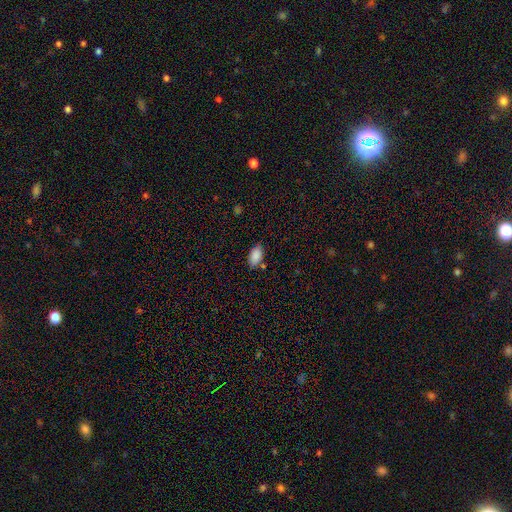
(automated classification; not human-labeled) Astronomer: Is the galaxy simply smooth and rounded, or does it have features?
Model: smooth — 88%.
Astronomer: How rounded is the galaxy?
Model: in between — 94%.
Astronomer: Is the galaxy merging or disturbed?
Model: none — 78%.